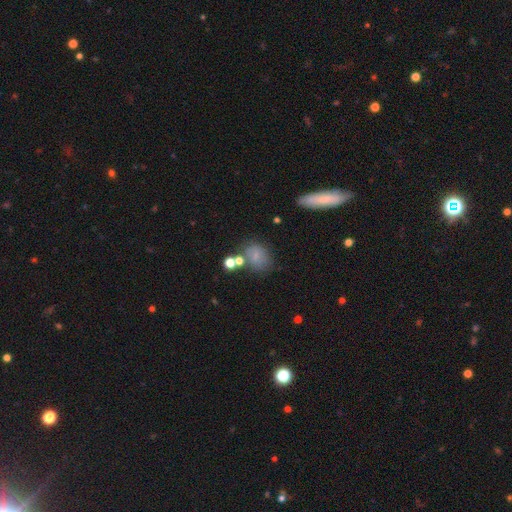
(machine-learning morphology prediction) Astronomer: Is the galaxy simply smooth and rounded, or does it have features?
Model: smooth — 67%.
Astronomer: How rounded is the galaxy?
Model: round — 50% (runner-up: in between, 48%).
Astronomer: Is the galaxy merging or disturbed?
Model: none — 59%.